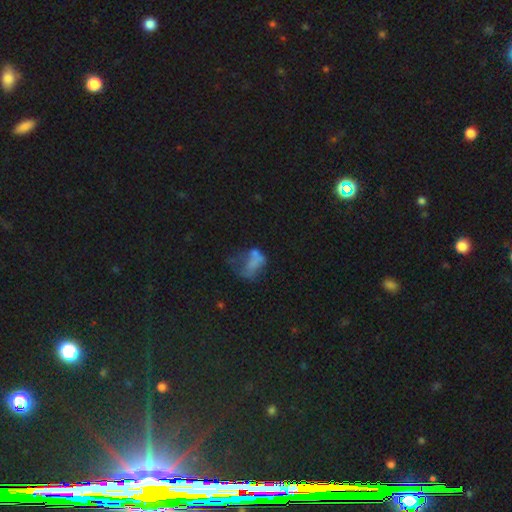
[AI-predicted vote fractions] Q: Smooth or featured?
A: smooth (45%); runner-up: featured or disk (38%)
Q: Merging?
A: major disturbance (42%); runner-up: none (23%)